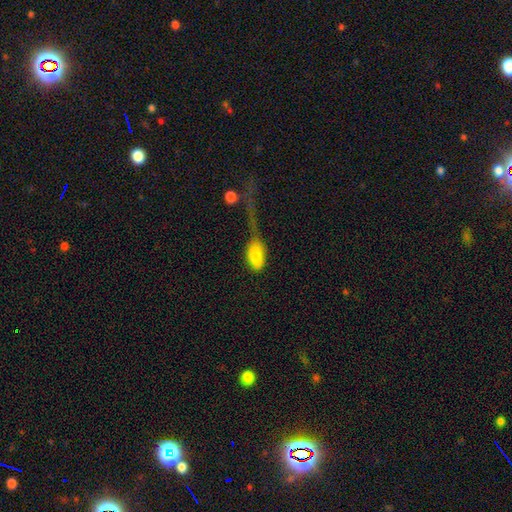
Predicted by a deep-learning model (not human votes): A smooth galaxy with no disk features (84%) that is in between round and cigar-shaped (92%). Merging: none (34%).